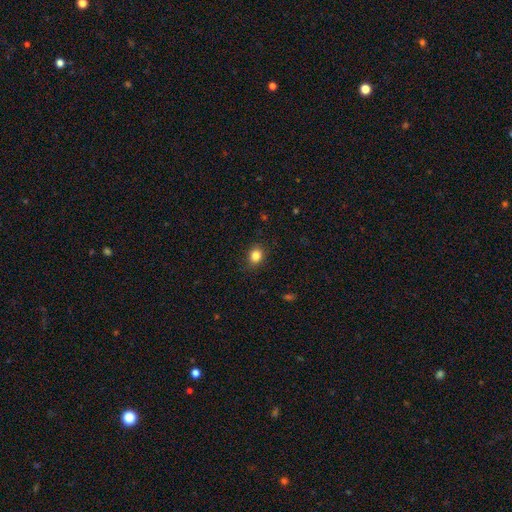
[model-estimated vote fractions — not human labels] Q: Smooth or featured?
A: smooth (84%); runner-up: star or artifact (11%)
Q: How rounded?
A: round (52%); runner-up: in between (47%)
Q: Merging?
A: none (87%); runner-up: minor disturbance (10%)